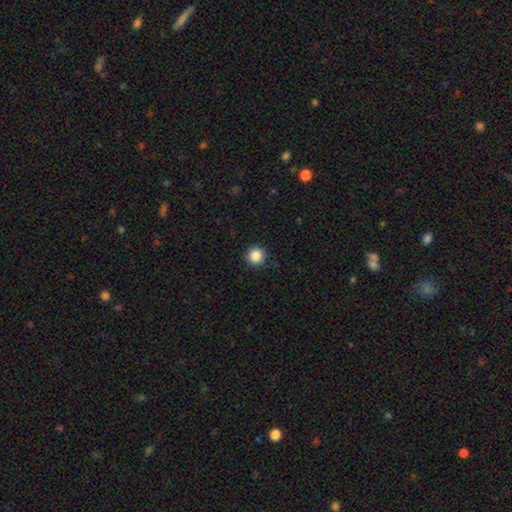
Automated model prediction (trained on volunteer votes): smooth 87%, star or artifact 10%, featured or disk 3%. Down the decision tree: how rounded — round (96%); merging — none (92%).